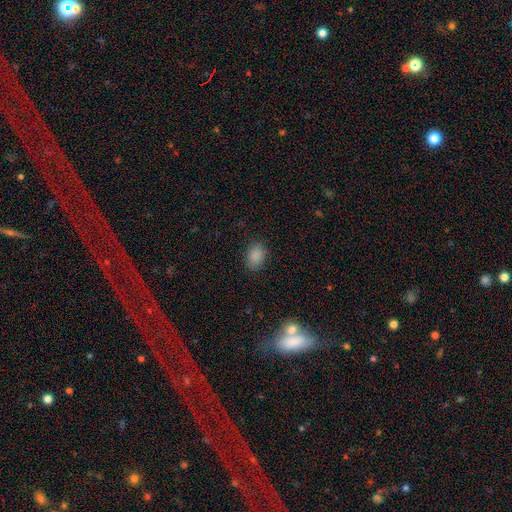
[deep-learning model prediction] smooth-or-featured: smooth: 87% | star or artifact: 10% | featured or disk: 3%
  how-rounded: in between: 73% | round: 26% | cigar-shaped: 1%
  merging: none: 85% | minor disturbance: 11% | major disturbance: 3% | merger: 1%